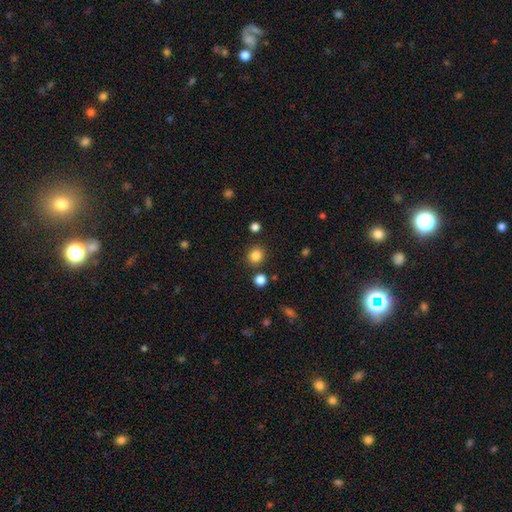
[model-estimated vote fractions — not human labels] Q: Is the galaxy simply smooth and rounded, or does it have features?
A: smooth — 84%.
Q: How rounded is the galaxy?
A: round — 83%.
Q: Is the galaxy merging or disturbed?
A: none — 86%.